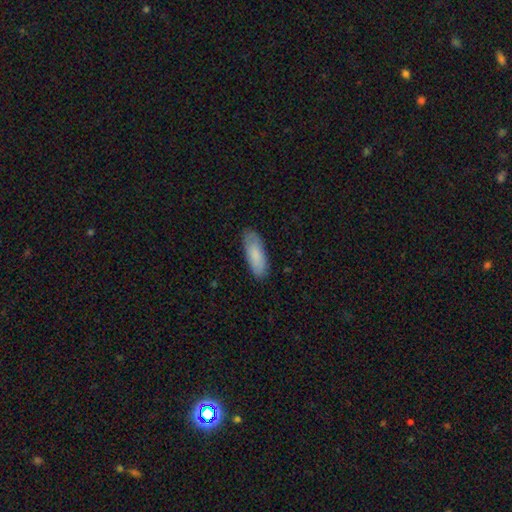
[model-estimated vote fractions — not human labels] Smooth or featured: smooth — 84% (featured or disk — 10%)
How rounded: in between — 67% (cigar-shaped — 32%)
Merging: none — 84% (minor disturbance — 13%)